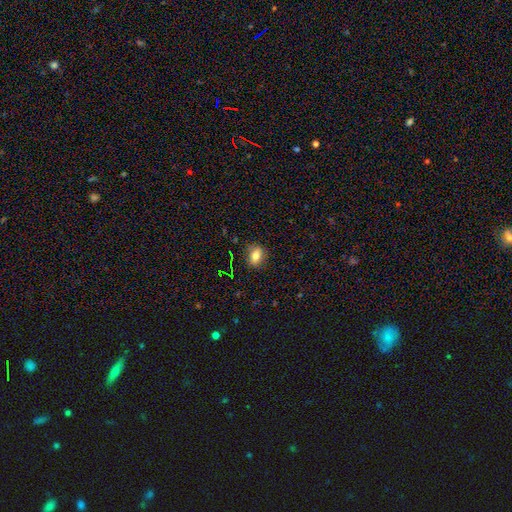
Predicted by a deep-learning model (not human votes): Morphology: type=smooth (76%); roundness=in between (62%); merging=none (84%).